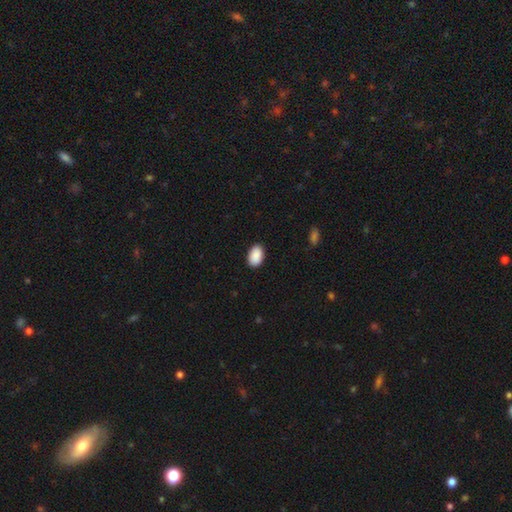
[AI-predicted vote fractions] Smooth or featured? smooth (91%)
How rounded? in between (91%)
Merging? none (89%)